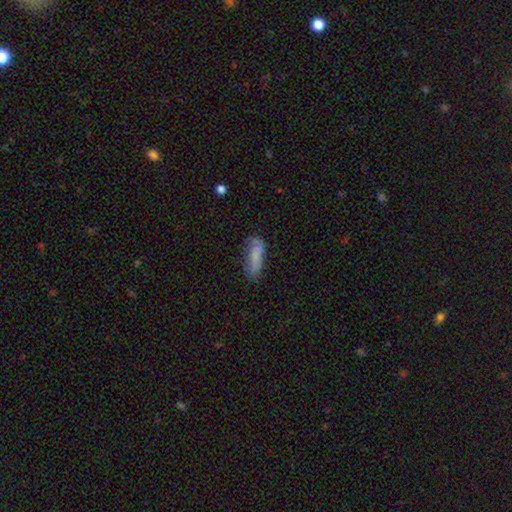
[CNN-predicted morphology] smooth-or-featured: smooth: 77% | featured or disk: 16% | star or artifact: 7%
  how-rounded: in between: 52% | cigar-shaped: 46% | round: 2%
  merging: none: 60% | minor disturbance: 28% | major disturbance: 9% | merger: 3%